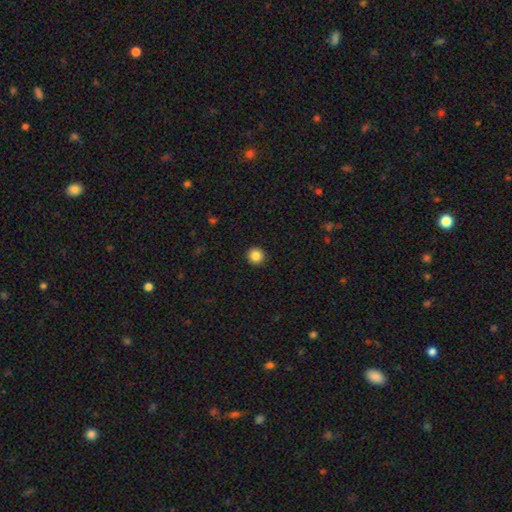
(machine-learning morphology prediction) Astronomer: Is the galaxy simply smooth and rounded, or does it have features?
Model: smooth — 86%.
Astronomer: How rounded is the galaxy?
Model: round — 94%.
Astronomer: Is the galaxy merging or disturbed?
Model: none — 94%.